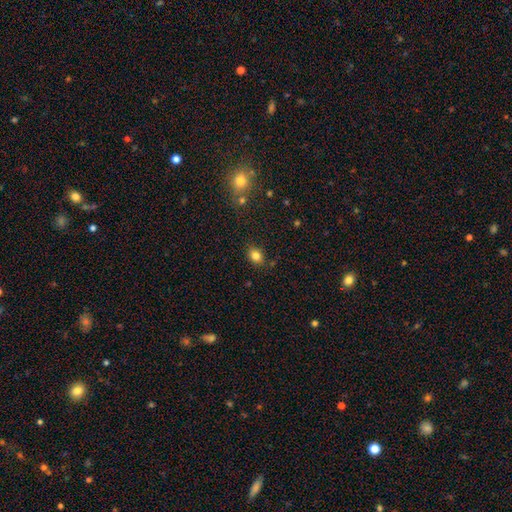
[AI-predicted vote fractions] smooth 82%, star or artifact 12%, featured or disk 6%. Down the decision tree: how rounded — in between (56%); merging — none (82%).